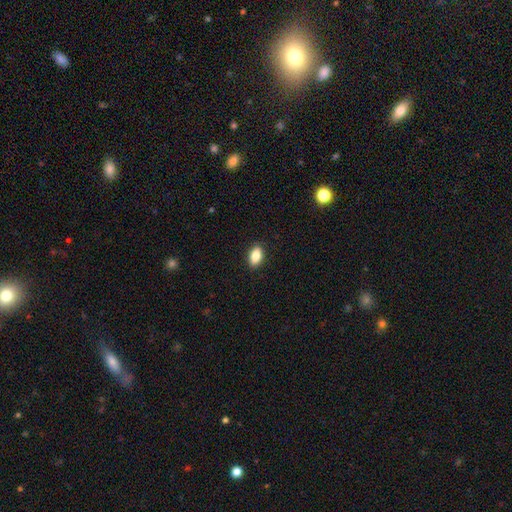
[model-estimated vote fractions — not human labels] A smooth galaxy with no disk features (85%) that is in between round and cigar-shaped (89%). Merging: none (90%).